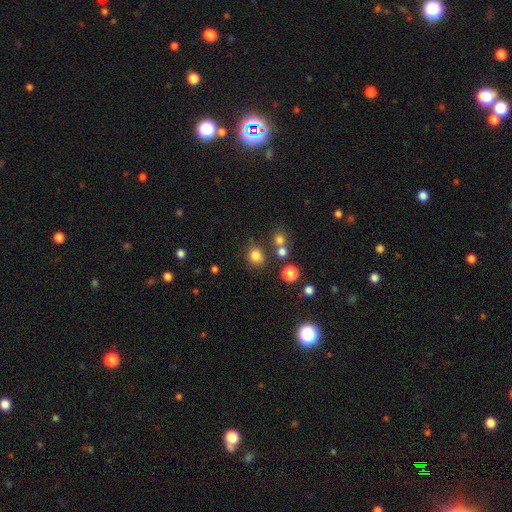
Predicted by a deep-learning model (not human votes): A smooth galaxy with no disk features (79%) that is round (78%).

Vote fractions:
- Smooth or featured? smooth: 79% / star or artifact: 15% / featured or disk: 6%
- How rounded? round: 78% / in between: 21% / cigar-shaped: 1%
- Merging? none: 75% / minor disturbance: 11% / merger: 9% / major disturbance: 4%